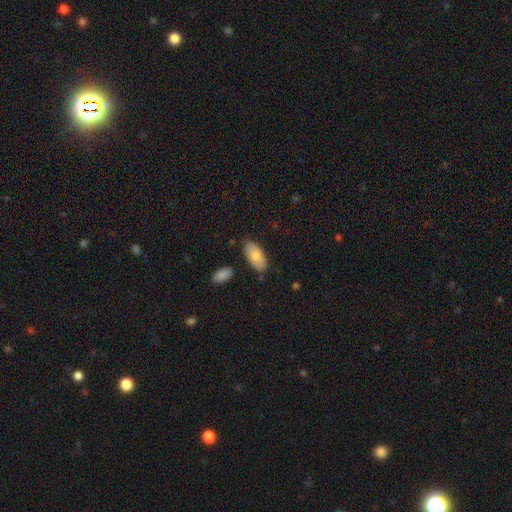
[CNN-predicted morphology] Smooth or featured?
  - smooth: 79% *
  - featured or disk: 15%
  - star or artifact: 6%
How rounded?
  - in between: 94% *
  - cigar-shaped: 4%
  - round: 2%
Merging?
  - none: 81% *
  - minor disturbance: 13%
  - merger: 3%
  - major disturbance: 3%